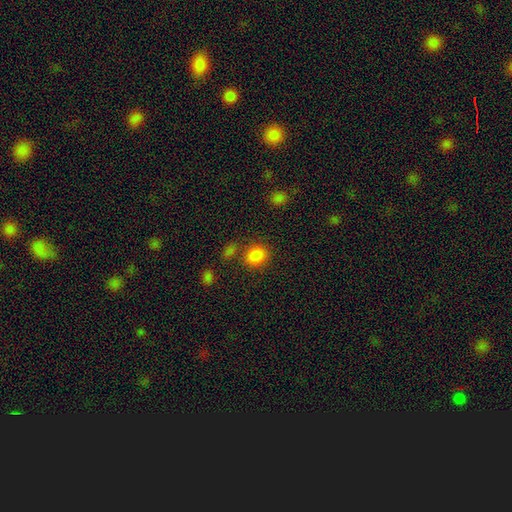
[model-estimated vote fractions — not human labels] The model was most divided on "how rounded": round: 64%, in between: 35%, cigar-shaped: 1%. More confident: smooth or featured — smooth (85%); merging — none (73%).